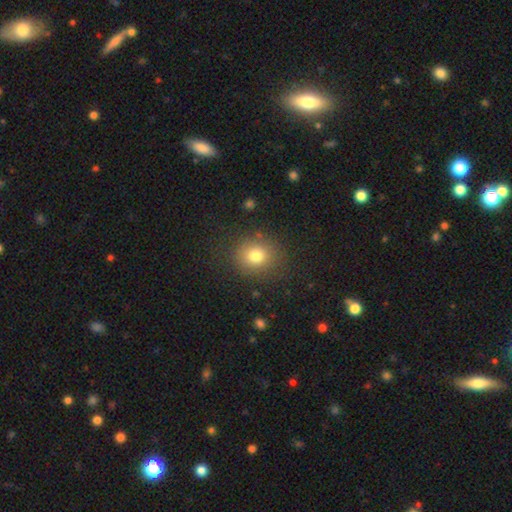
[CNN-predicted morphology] smooth 77%, star or artifact 13%, featured or disk 9%. Down the decision tree: how rounded — round (79%); merging — none (83%).